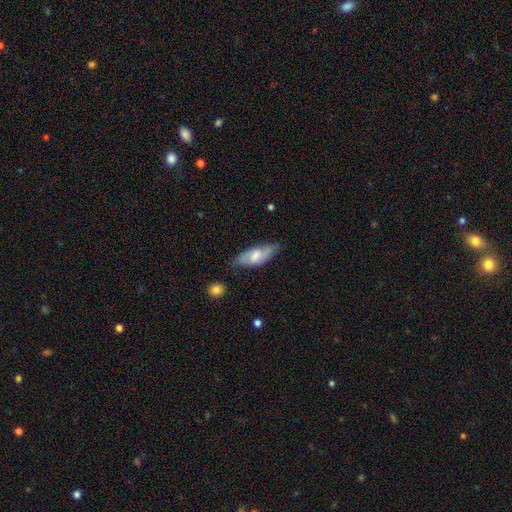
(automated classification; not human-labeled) Q: Smooth or featured?
A: smooth (57%); runner-up: featured or disk (37%)
Q: How rounded?
A: in between (75%); runner-up: cigar-shaped (23%)
Q: Merging?
A: none (64%); runner-up: minor disturbance (27%)